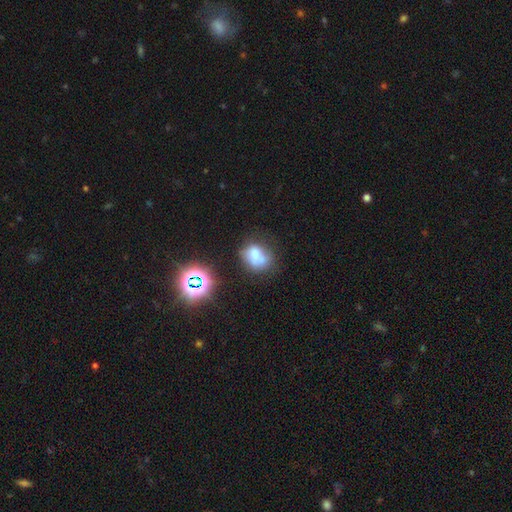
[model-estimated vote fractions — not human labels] Smooth or featured?
  - smooth: 62% *
  - featured or disk: 23%
  - star or artifact: 15%
How rounded?
  - in between: 54% *
  - round: 45%
  - cigar-shaped: 2%
Merging?
  - none: 41% *
  - minor disturbance: 25%
  - merger: 21%
  - major disturbance: 13%